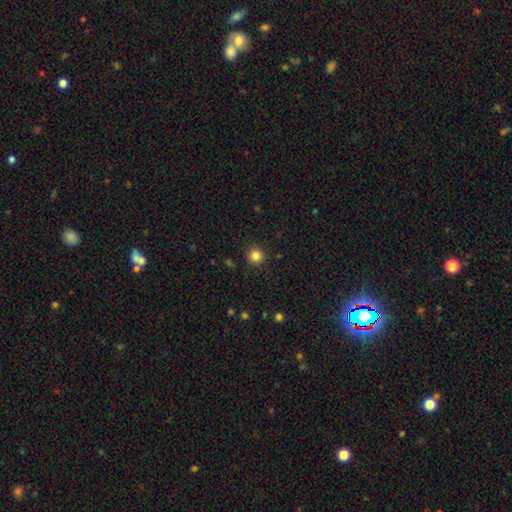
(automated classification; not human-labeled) Smooth or featured?
  - smooth: 84% *
  - star or artifact: 12%
  - featured or disk: 4%
How rounded?
  - round: 95% *
  - in between: 5%
  - cigar-shaped: 1%
Merging?
  - none: 91% *
  - minor disturbance: 6%
  - major disturbance: 2%
  - merger: 1%